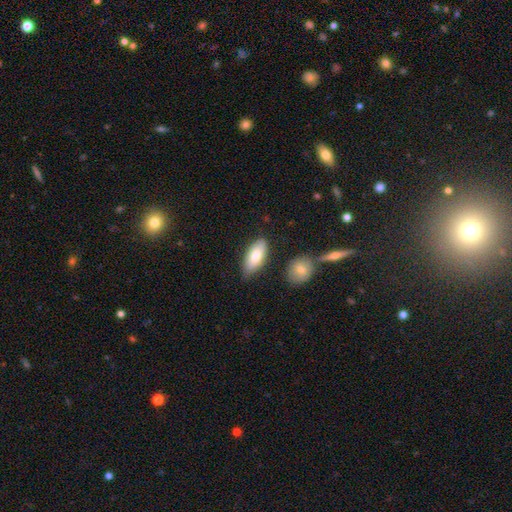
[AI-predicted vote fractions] Smooth or featured: smooth — 78% (featured or disk — 15%)
How rounded: in between — 88% (cigar-shaped — 10%)
Merging: none — 74% (minor disturbance — 17%)